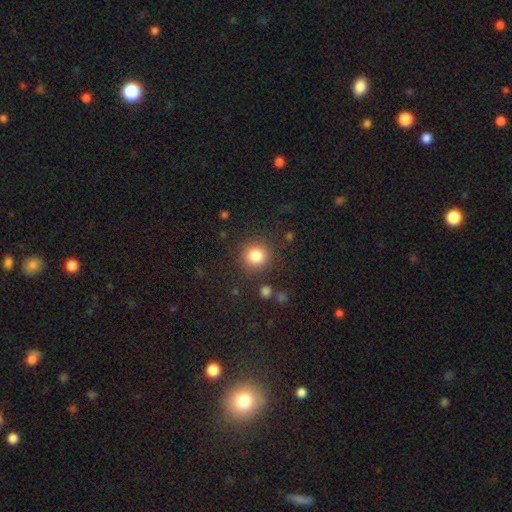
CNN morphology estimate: This is clearly a smooth galaxy (84%). How rounded: clearly round (91%). Merging: clearly none (85%).